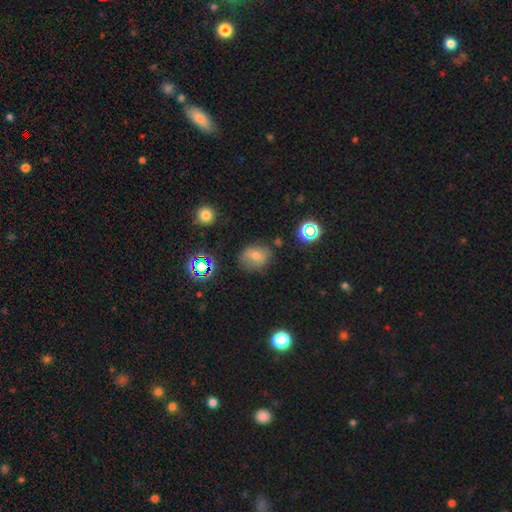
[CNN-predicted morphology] smooth-or-featured: smooth: 60% | star or artifact: 24% | featured or disk: 16%
  how-rounded: round: 56% | in between: 43% | cigar-shaped: 1%
  merging: none: 73% | minor disturbance: 18% | major disturbance: 5% | merger: 4%